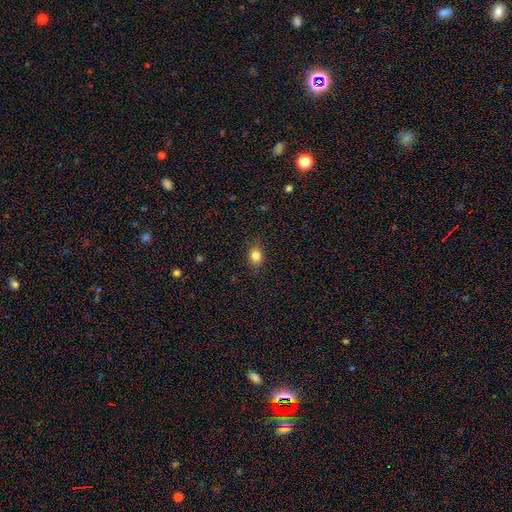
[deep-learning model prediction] smooth_or_featured: smooth (p=0.81) [alt: star or artifact p=0.11]
how_rounded: in between (p=0.54) [alt: round p=0.44]
merging: none (p=0.84) [alt: minor disturbance p=0.12]